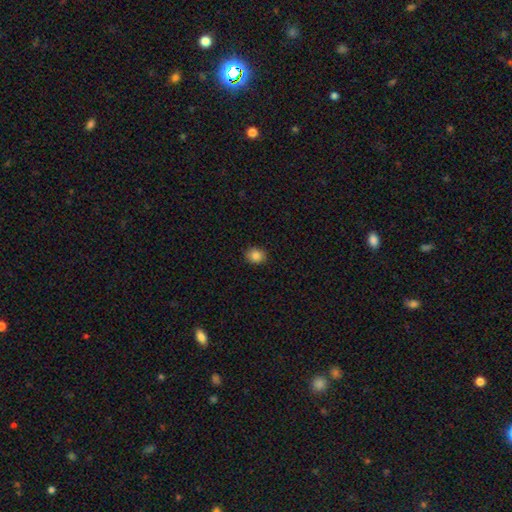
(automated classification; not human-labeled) This is clearly a smooth galaxy (85%). How rounded: likely round (69%). Merging: clearly none (90%).